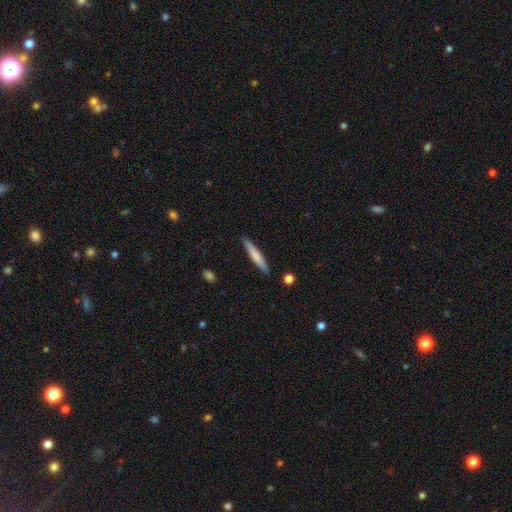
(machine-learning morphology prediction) smooth 70%, featured or disk 25%, star or artifact 6%. Down the decision tree: how rounded — cigar-shaped (93%); merging — none (89%).